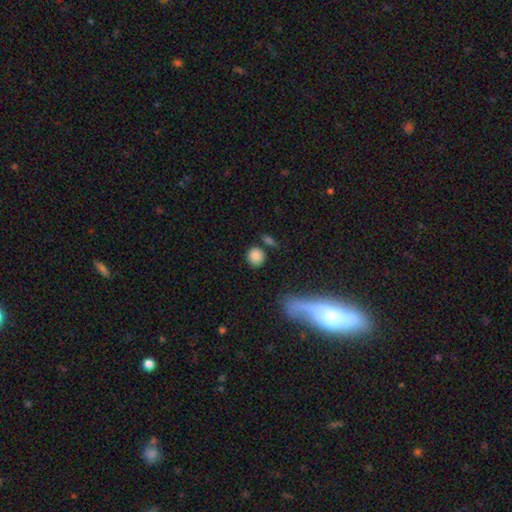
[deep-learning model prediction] Smooth or featured: smooth — 85% (star or artifact — 9%)
How rounded: round — 86% (in between — 13%)
Merging: none — 75% (minor disturbance — 11%)